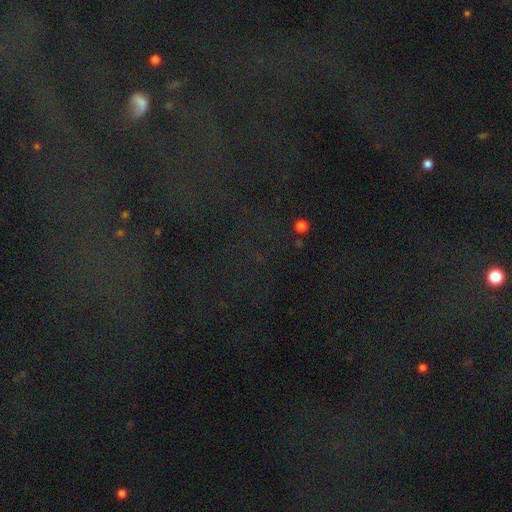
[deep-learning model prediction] Morphology: type=star or artifact (79%).